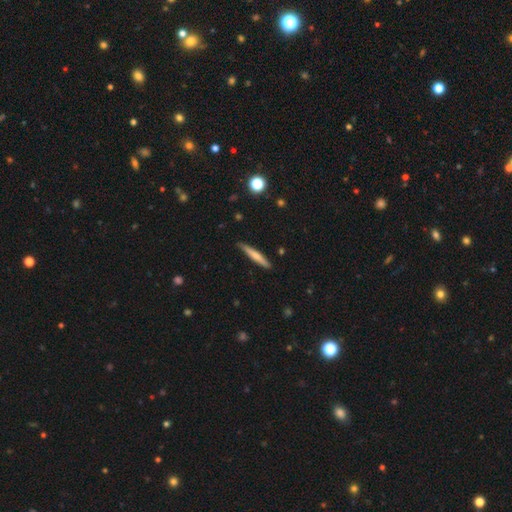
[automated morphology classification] A smooth galaxy with no disk features (62%) that is cigar-shaped (94%).

Vote fractions:
- Smooth or featured? smooth: 62% / featured or disk: 32% / star or artifact: 6%
- How rounded? cigar-shaped: 94% / in between: 4% / round: 1%
- Merging? none: 87% / minor disturbance: 10% / major disturbance: 2% / merger: 1%